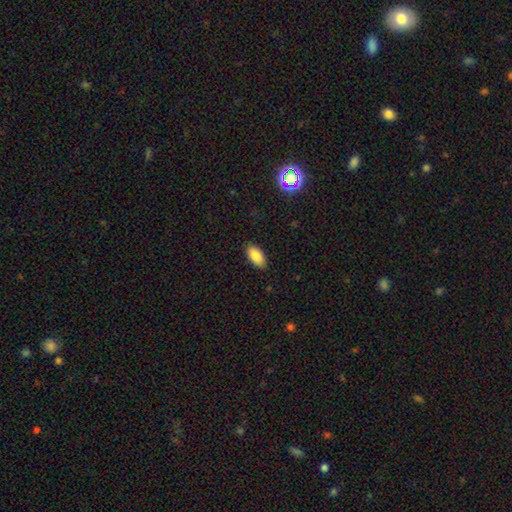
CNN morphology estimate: Q: Smooth or featured?
A: smooth (87%); runner-up: star or artifact (8%)
Q: How rounded?
A: in between (92%); runner-up: cigar-shaped (5%)
Q: Merging?
A: none (88%); runner-up: minor disturbance (9%)